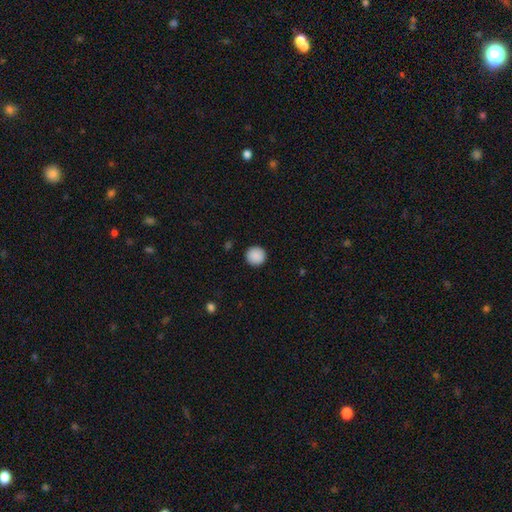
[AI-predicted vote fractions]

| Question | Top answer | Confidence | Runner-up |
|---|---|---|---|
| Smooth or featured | smooth | 90% | star or artifact (8%) |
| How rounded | round | 95% | in between (4%) |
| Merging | none | 92% | minor disturbance (5%) |